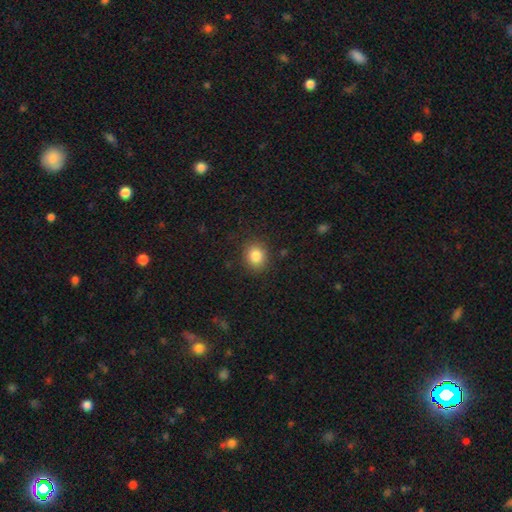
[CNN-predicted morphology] Smooth or featured: smooth — 84% (star or artifact — 10%)
How rounded: round — 69% (in between — 30%)
Merging: none — 87% (minor disturbance — 9%)